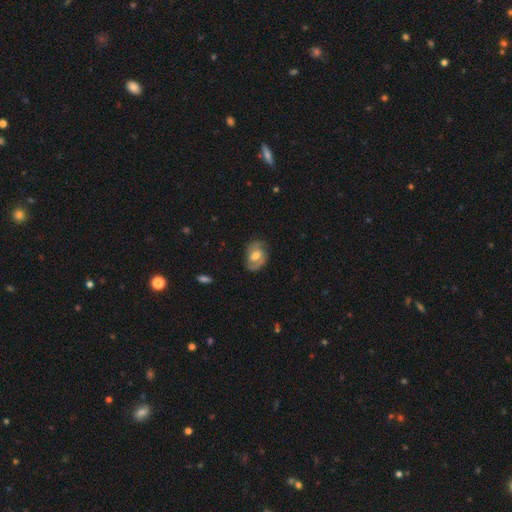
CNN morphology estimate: Smooth or featured?
  - featured or disk: 59% *
  - smooth: 34%
  - star or artifact: 7%
Edge-on disk?
  - no: 96% *
  - yes: 4%
Bar?
  - weak: 44% * (tied)
  - no: 44% * (tied)
  - strong: 12%
Spiral arms?
  - yes: 82% *
  - no: 18%
Bulge size?
  - moderate: 65% *
  - large: 18%
  - small: 14%
  - none: 2%
  - dominant: 1%
Merging?
  - none: 71% *
  - minor disturbance: 21%
  - major disturbance: 7%
  - merger: 1%